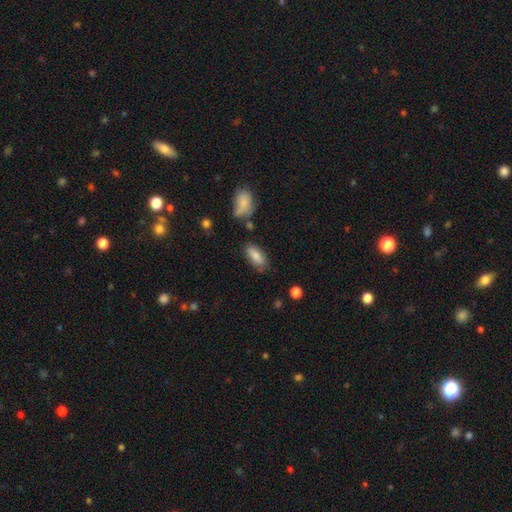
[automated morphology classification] Smooth or featured: smooth — 81% (featured or disk — 12%)
How rounded: in between — 78% (cigar-shaped — 20%)
Merging: none — 72% (minor disturbance — 19%)